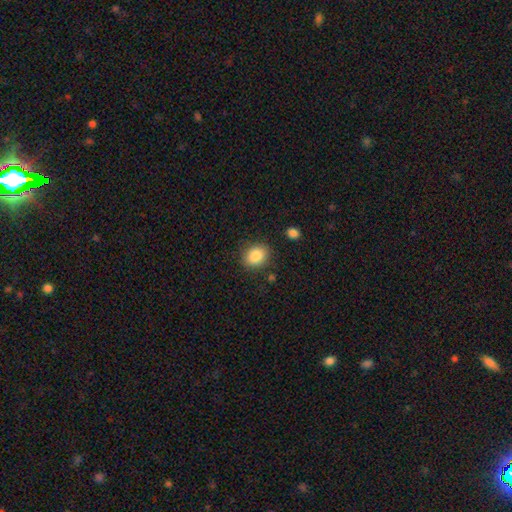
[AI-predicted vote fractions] The model was most divided on "how rounded": round: 54%, in between: 45%, cigar-shaped: 1%. More confident: smooth or featured — smooth (86%); merging — none (84%).